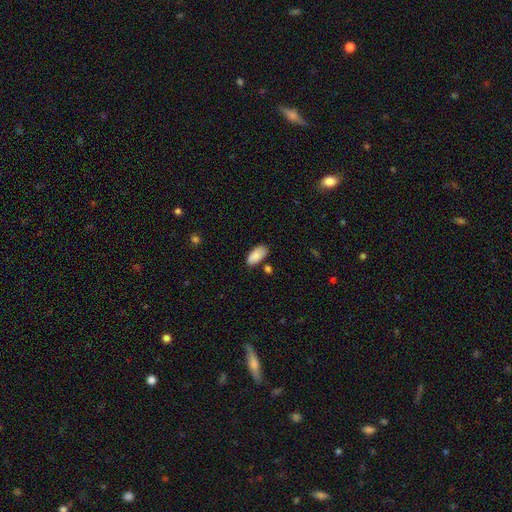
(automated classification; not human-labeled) smooth_or_featured: smooth (p=0.87) [alt: star or artifact p=0.07]
how_rounded: in between (p=0.93) [alt: cigar-shaped p=0.05]
merging: none (p=0.73) [alt: minor disturbance p=0.17]